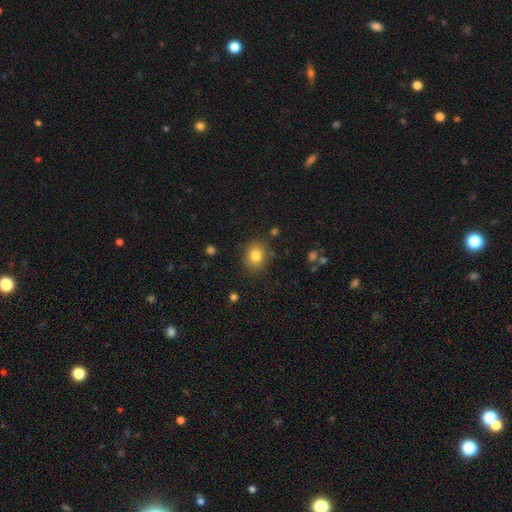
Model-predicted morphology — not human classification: The model was most divided on "how rounded": round: 58%, in between: 41%, cigar-shaped: 1%. More confident: merging — none (83%); smooth or featured — smooth (82%).